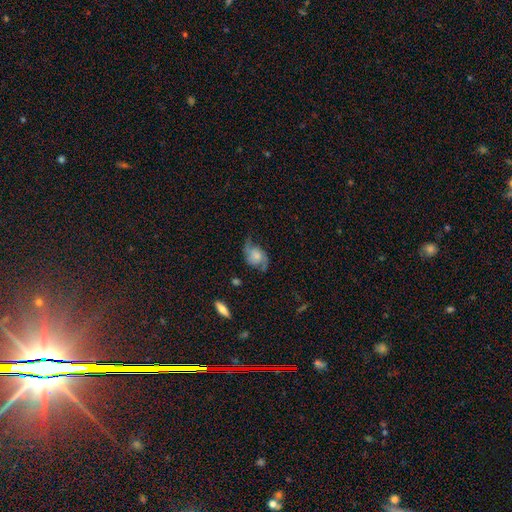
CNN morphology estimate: This appears to be a featured or disk galaxy (66%) with no bar (71%), 2 (88%) loose (51%) spiral arms (91%) and a small central bulge (31%). Merging: none (57%).